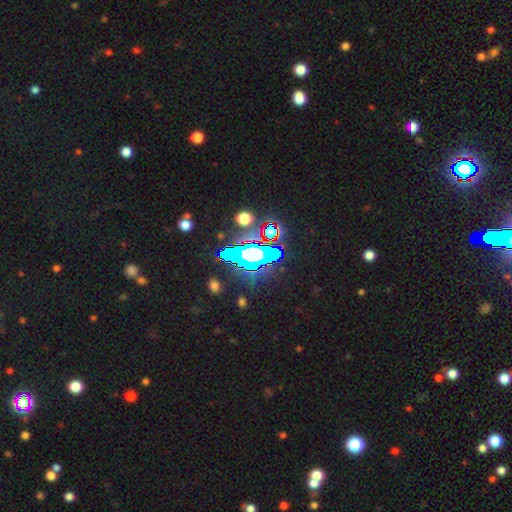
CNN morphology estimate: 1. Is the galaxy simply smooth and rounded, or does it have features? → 68% star or artifact, 17% featured or disk, 16% smooth.